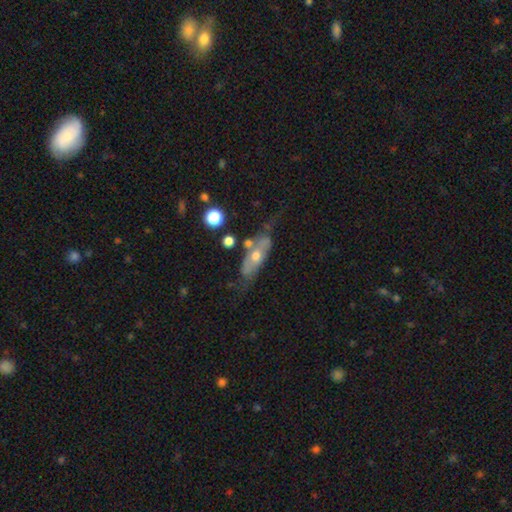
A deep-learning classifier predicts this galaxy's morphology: This appears to be a featured or disk galaxy (57%). Merging: none (50%).